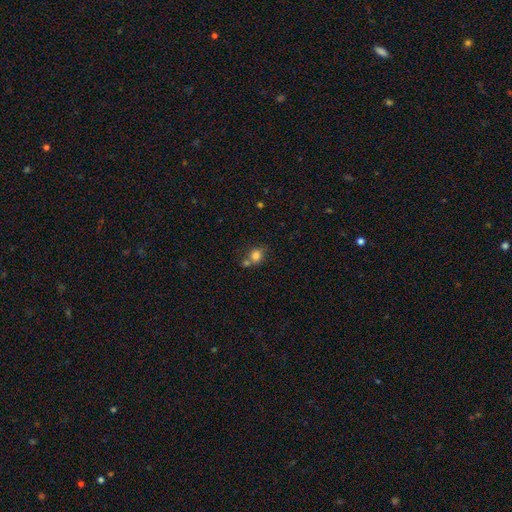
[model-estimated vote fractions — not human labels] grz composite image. It shows a smooth galaxy with no disk features (80%) that is round (75%). Merging: none (54%).